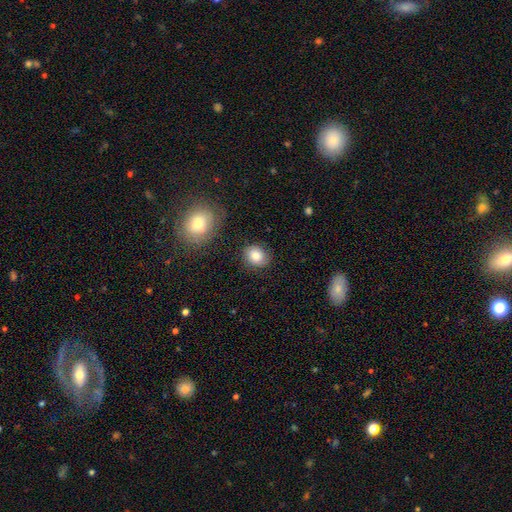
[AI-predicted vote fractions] The model was most divided on "how rounded": round: 65%, in between: 34%, cigar-shaped: 1%. More confident: smooth or featured — smooth (81%); merging — none (81%).